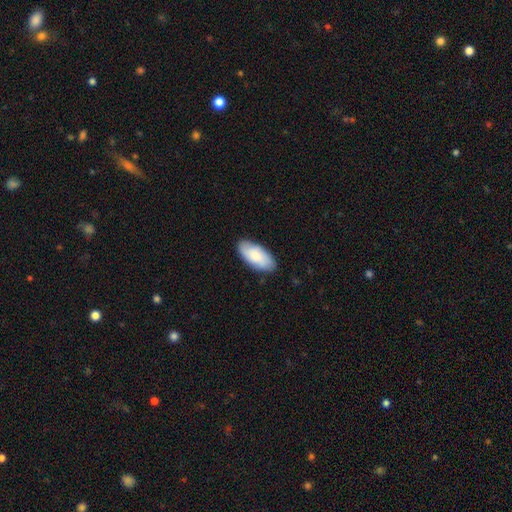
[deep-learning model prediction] Smooth or featured? Predicted: smooth (p=0.78). How rounded? Predicted: in between (p=0.92). Merging? Predicted: none (p=0.86).